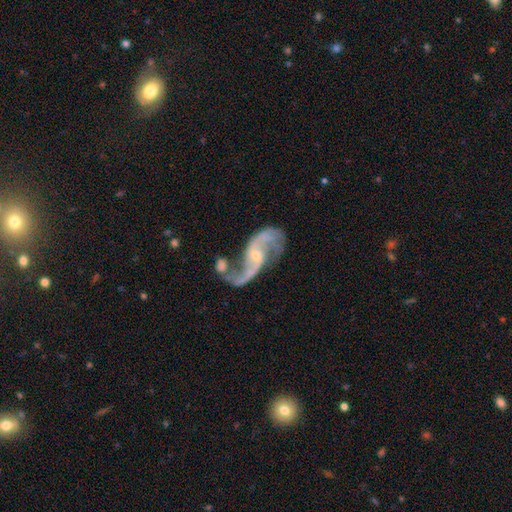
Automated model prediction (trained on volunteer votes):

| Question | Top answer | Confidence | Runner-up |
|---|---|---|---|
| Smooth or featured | featured or disk | 91% | star or artifact (5%) |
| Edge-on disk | no | 96% | yes (4%) |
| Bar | no | 47% | weak (40%) |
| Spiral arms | yes | 96% | no (4%) |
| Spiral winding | loose | 71% | medium (23%) |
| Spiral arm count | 2 | 91% | 1 (3%) |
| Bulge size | small | 61% | moderate (30%) |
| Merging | none | 45% | merger (20%) |